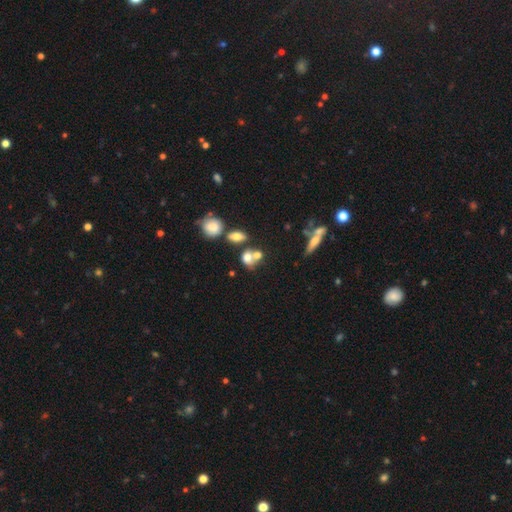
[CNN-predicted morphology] Smooth or featured: smooth — 68% (featured or disk — 18%)
How rounded: round — 58% (in between — 40%)
Merging: merger — 51% (none — 34%)